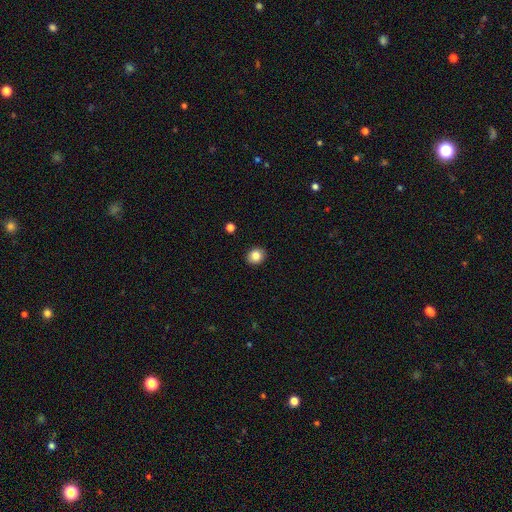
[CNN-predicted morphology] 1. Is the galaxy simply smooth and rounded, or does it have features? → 85% smooth, 9% star or artifact, 6% featured or disk.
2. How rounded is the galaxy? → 67% round, 32% in between, 1% cigar-shaped.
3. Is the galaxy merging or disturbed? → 91% none, 6% minor disturbance, 2% major disturbance, 1% merger.